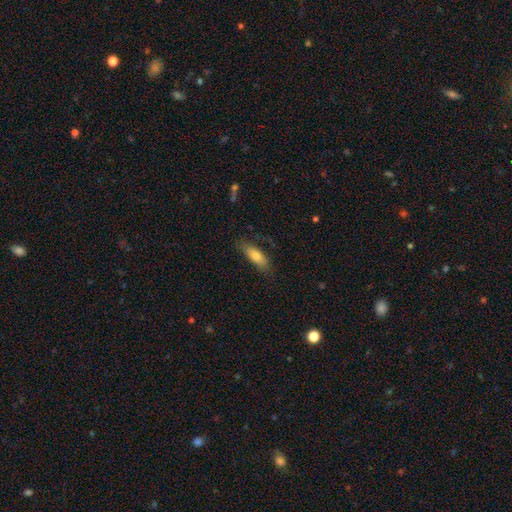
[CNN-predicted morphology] Smooth or featured? Predicted: smooth (p=0.73). How rounded? Predicted: in between (p=0.55). Merging? Predicted: none (p=0.76).